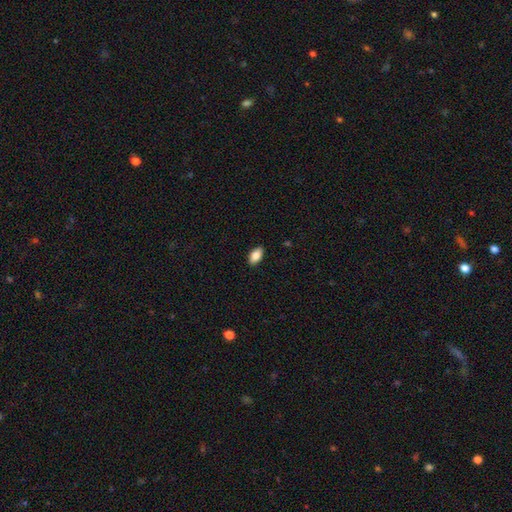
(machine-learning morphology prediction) smooth_or_featured: smooth (p=0.85) [alt: featured or disk p=0.08]
how_rounded: in between (p=0.92) [alt: round p=0.04]
merging: none (p=0.89) [alt: minor disturbance p=0.09]